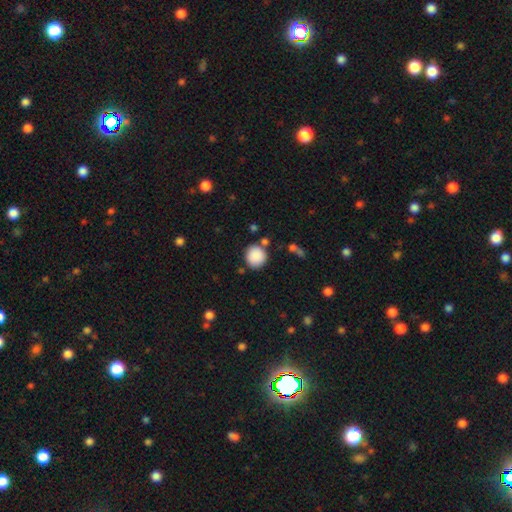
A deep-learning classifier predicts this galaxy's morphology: This appears to be a smooth galaxy with no disk features (88%) that is round (88%). Merging: none (77%).